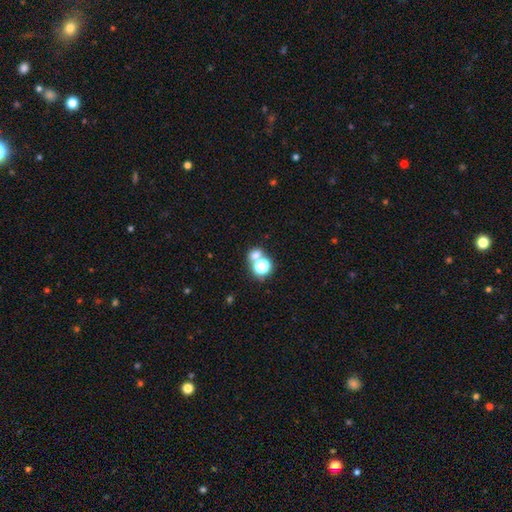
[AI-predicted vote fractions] This appears to be a smooth galaxy with no disk features (61%) that is round (73%). Merging: none (50%).